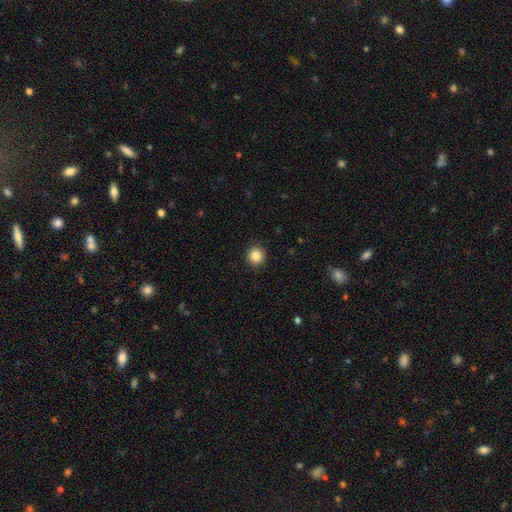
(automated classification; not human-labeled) Q: Smooth or featured?
A: smooth (85%); runner-up: star or artifact (10%)
Q: How rounded?
A: round (93%); runner-up: in between (6%)
Q: Merging?
A: none (92%); runner-up: minor disturbance (5%)